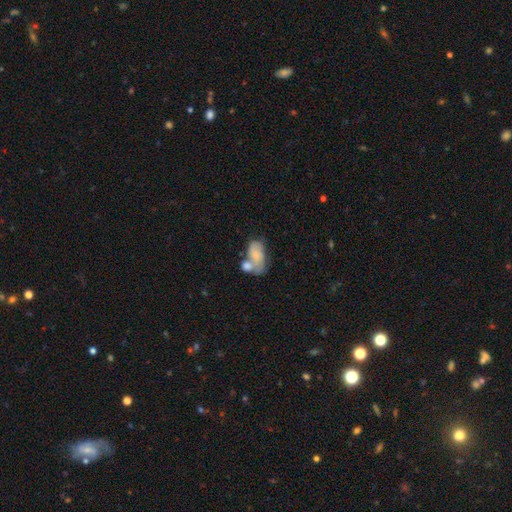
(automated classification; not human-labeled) A smooth galaxy with no disk features (56%) that is in between round and cigar-shaped (90%). Merging: merger (52%).